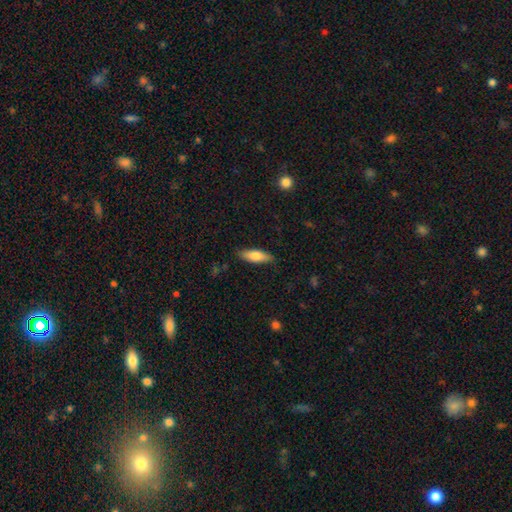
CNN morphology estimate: Overall: smooth (77%). How rounded: in between (60%; cigar-shaped 38%). Merging: none (85%).